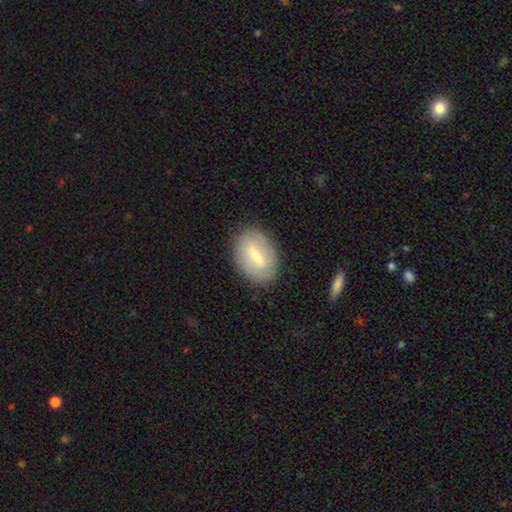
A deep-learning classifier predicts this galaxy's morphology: Smooth or featured? smooth (50%)
How rounded? in between (83%)
Merging? none (84%)